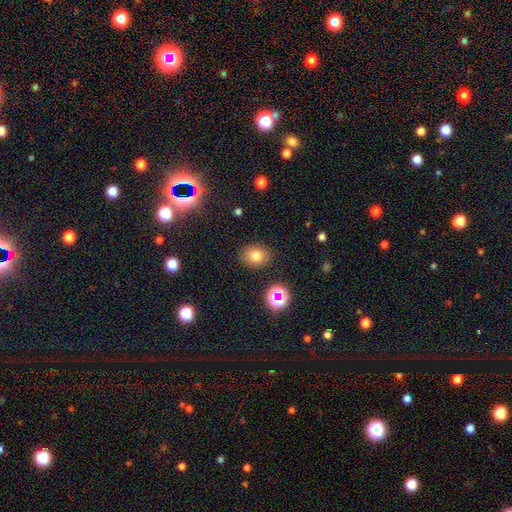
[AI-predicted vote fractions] This appears to be a smooth galaxy with no disk features (76%) that is in between round and cigar-shaped (56%). Merging: none (86%).